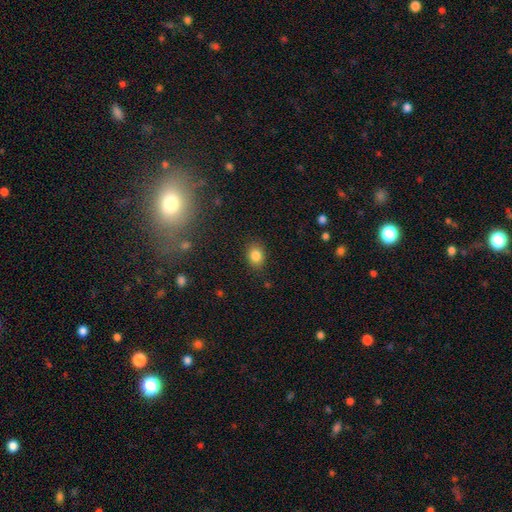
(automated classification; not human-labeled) Morphology: type=smooth (83%); roundness=round (50%); merging=none (87%).